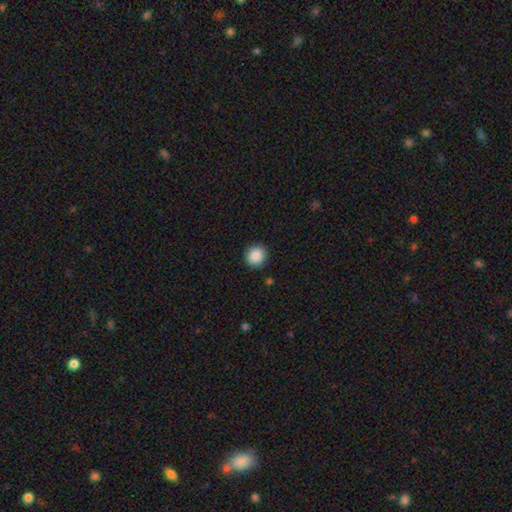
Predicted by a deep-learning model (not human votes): This is clearly a smooth galaxy (89%). How rounded: clearly round (92%). Merging: clearly none (91%).